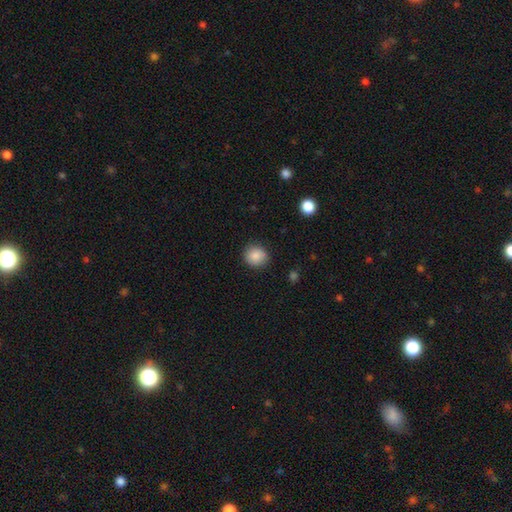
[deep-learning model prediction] smooth-or-featured: smooth: 87% | star or artifact: 8% | featured or disk: 5%
  how-rounded: round: 87% | in between: 12% | cigar-shaped: 1%
  merging: none: 88% | minor disturbance: 8% | major disturbance: 2% | merger: 1%